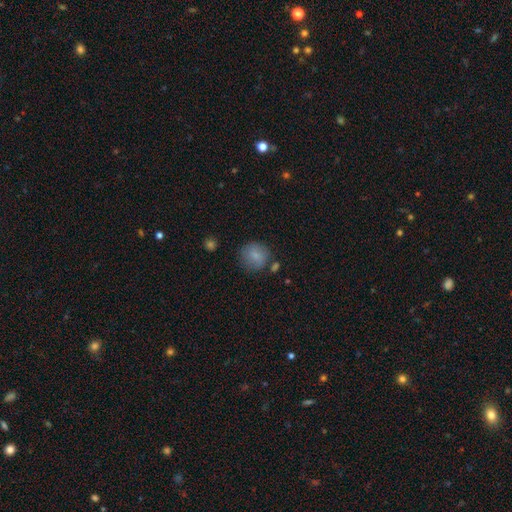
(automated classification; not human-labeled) Q: Smooth or featured?
A: smooth (81%); runner-up: featured or disk (9%)
Q: How rounded?
A: round (88%); runner-up: in between (11%)
Q: Merging?
A: none (74%); runner-up: minor disturbance (16%)